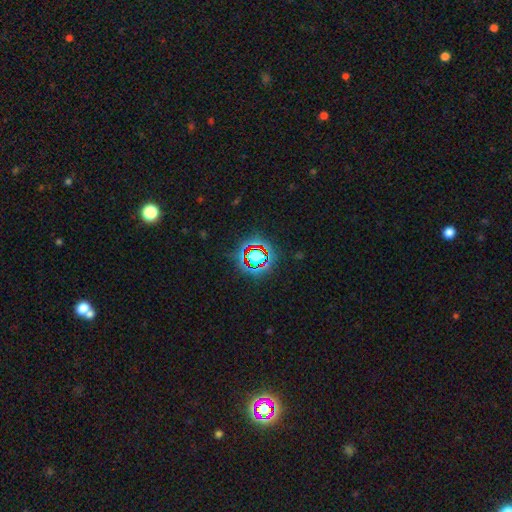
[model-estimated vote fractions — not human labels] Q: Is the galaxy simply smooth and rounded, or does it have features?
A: star or artifact — 69%.